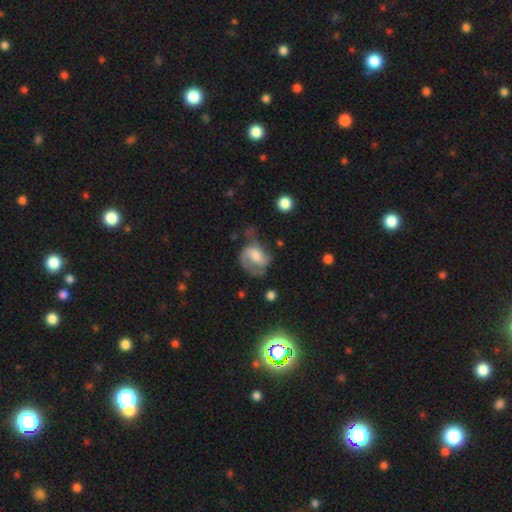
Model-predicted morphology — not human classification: Smooth or featured? featured or disk (66%)
Edge-on disk? no (97%)
Bar? no (47%)
Spiral arms? yes (86%)
Spiral winding? medium (46%)
Spiral arm count? 2 (67%)
Bulge size? moderate (54%)
Merging? none (40%)